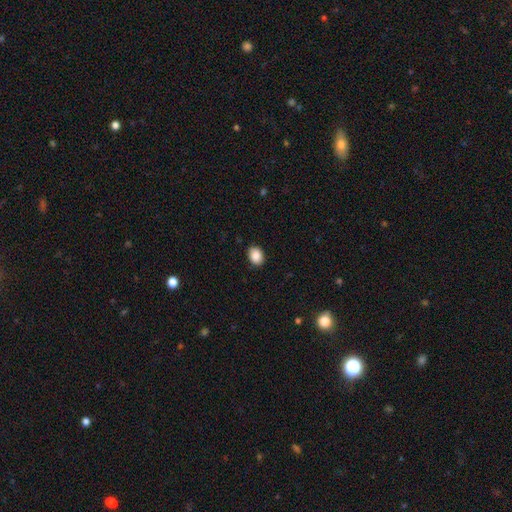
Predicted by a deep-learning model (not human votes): smooth_or_featured: smooth (p=0.89) [alt: star or artifact p=0.08]
how_rounded: in between (p=0.67) [alt: round p=0.32]
merging: none (p=0.88) [alt: minor disturbance p=0.09]